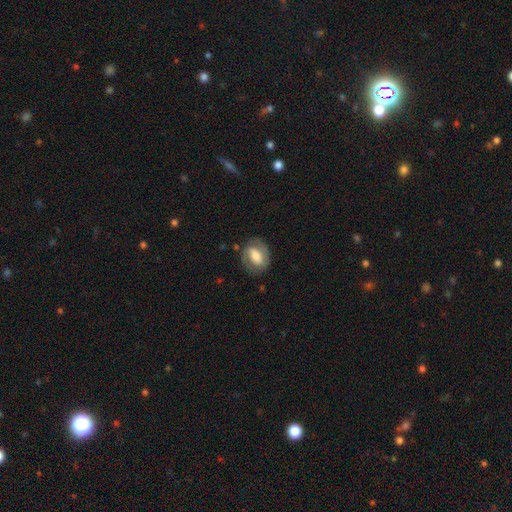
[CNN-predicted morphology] This is possibly a featured or disk galaxy (52%). It is clearly not viewed edge-on (95%). Merging: likely none (75%).